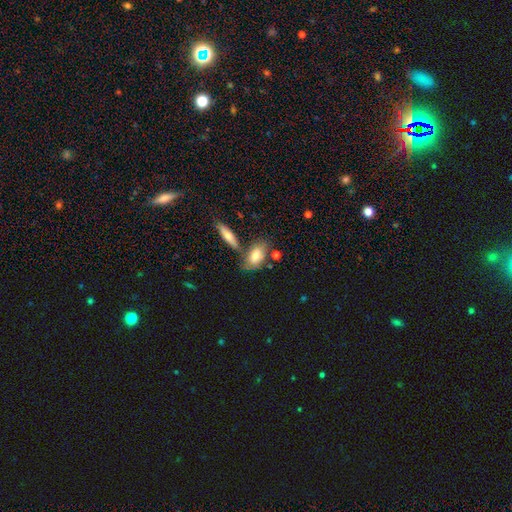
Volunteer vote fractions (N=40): Smooth or featured?
  - smooth: 75% *
  - featured or disk: 18%
  - star or artifact: 8%
How rounded?
  - in between: 93% *
  - round: 7%
  - cigar-shaped: 0%
Merging?
  - none: 62% *
  - merger: 24%
  - minor disturbance: 11%
  - major disturbance: 3%